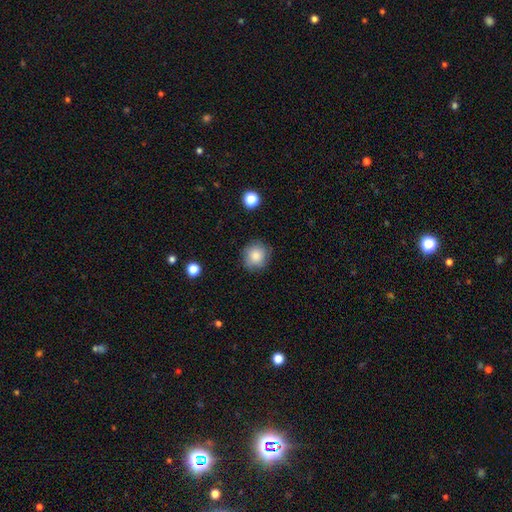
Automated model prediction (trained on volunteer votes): Smooth or featured? smooth (83%)
How rounded? round (89%)
Merging? none (83%)